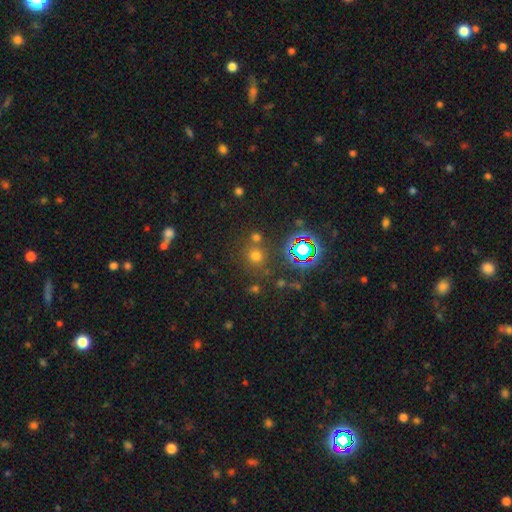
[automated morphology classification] This is likely a smooth galaxy (60%). How rounded: clearly round (88%). Merging: likely none (71%).